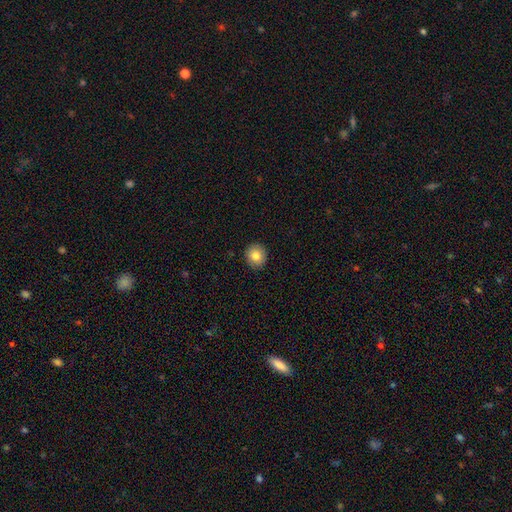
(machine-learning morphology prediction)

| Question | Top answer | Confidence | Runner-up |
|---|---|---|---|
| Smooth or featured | smooth | 82% | featured or disk (9%) |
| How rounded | round | 87% | in between (12%) |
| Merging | none | 91% | minor disturbance (6%) |